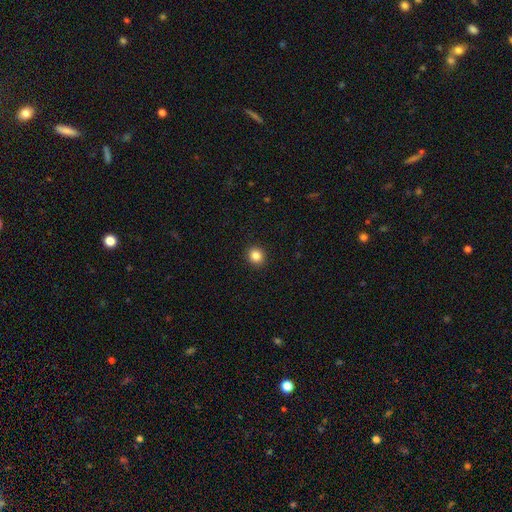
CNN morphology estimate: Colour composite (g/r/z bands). It shows a smooth galaxy with no disk features (85%) that is round (87%). Merging: none (93%).